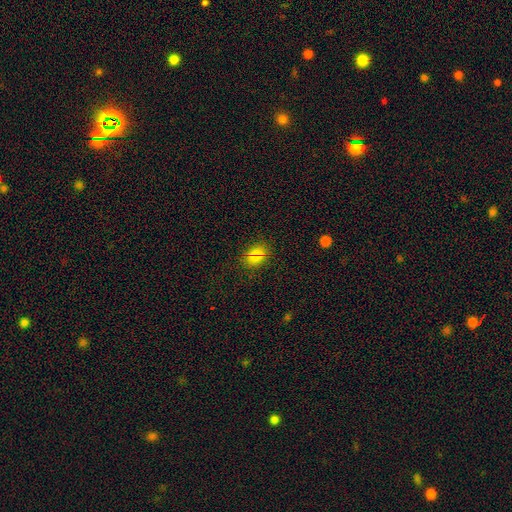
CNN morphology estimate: This appears to be a smooth galaxy with no disk features (72%) that is in between round and cigar-shaped (67%). Merging: none (86%).